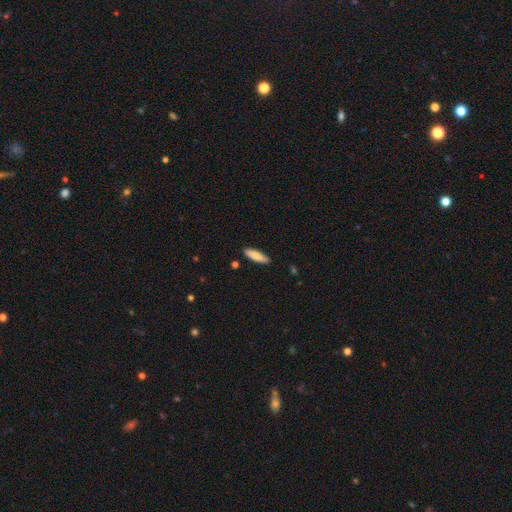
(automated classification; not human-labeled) A smooth galaxy with no disk features (81%) that is cigar-shaped (60%).

Vote fractions:
- Smooth or featured? smooth: 81% / featured or disk: 13% / star or artifact: 6%
- How rounded? cigar-shaped: 60% / in between: 38% / round: 2%
- Merging? none: 87% / minor disturbance: 9% / major disturbance: 2% / merger: 1%